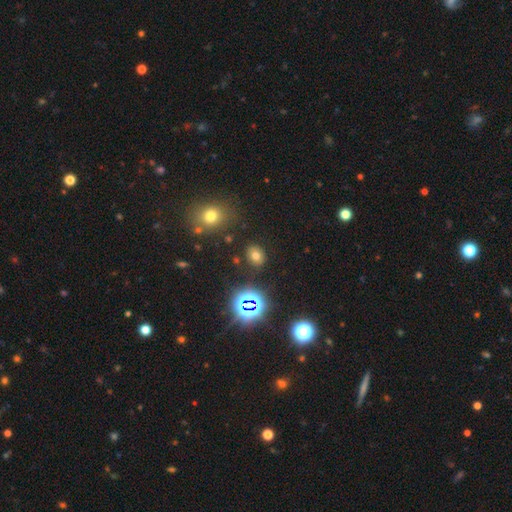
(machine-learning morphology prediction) type=smooth (65%); roundness=in between (52%); merging=none (84%).